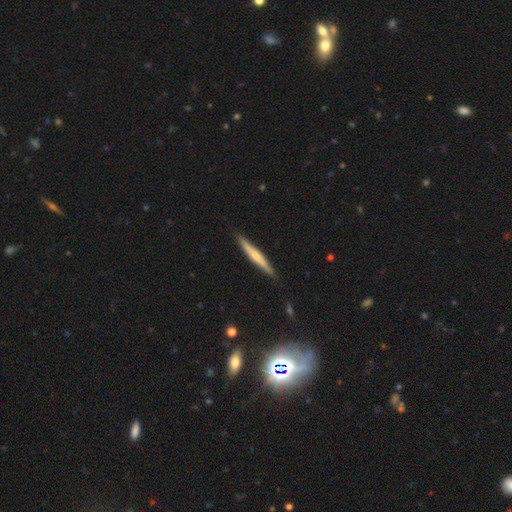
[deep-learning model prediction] smooth-or-featured: smooth: 48% | featured or disk: 47% | star or artifact: 6%
  merging: none: 89% | minor disturbance: 8% | major disturbance: 1% | merger: 1%